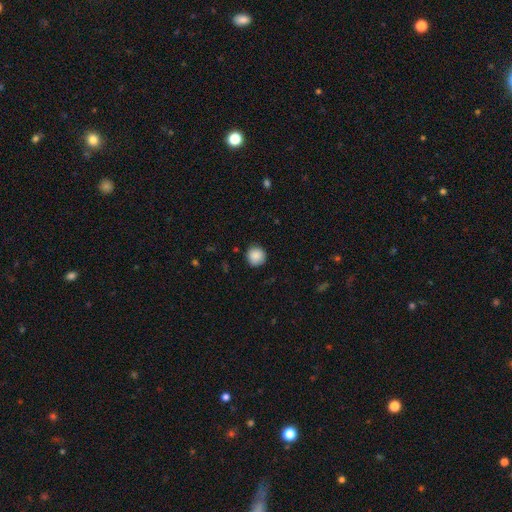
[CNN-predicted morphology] A smooth galaxy with no disk features (88%) that is round (94%). Merging: none (88%).